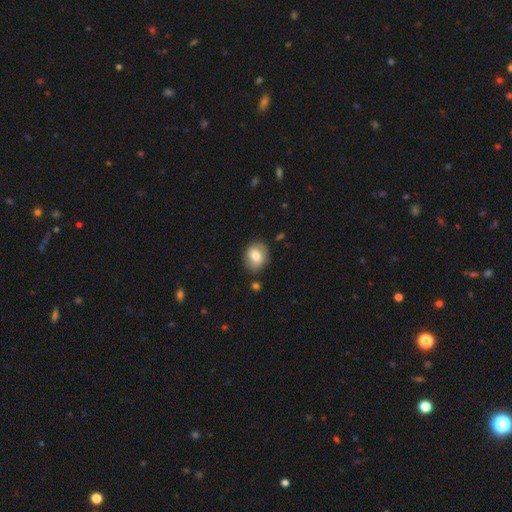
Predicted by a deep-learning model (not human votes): Smooth or featured: smooth — 73% (featured or disk — 19%)
How rounded: round — 54% (in between — 45%)
Merging: none — 79% (minor disturbance — 15%)